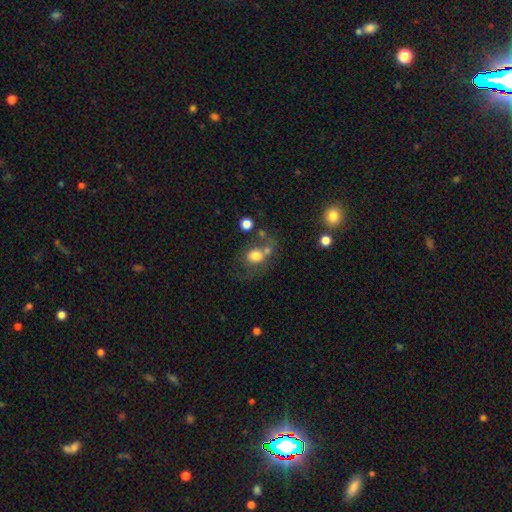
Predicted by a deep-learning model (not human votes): Q: Smooth or featured?
A: smooth (70%); runner-up: featured or disk (20%)
Q: How rounded?
A: round (58%); runner-up: in between (41%)
Q: Merging?
A: none (39%); runner-up: merger (25%)